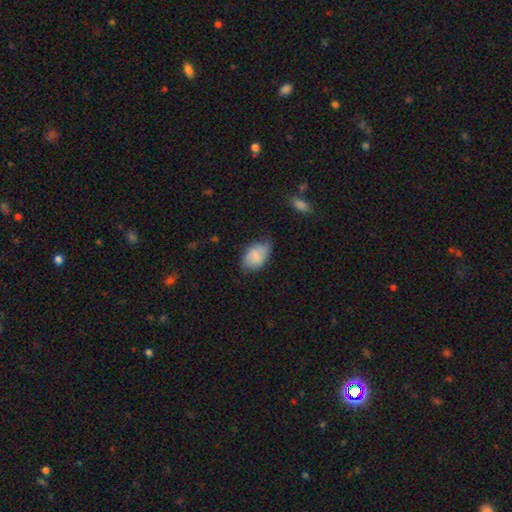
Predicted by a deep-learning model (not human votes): Smooth or featured? smooth (77%)
How rounded? in between (88%)
Merging? none (59%)